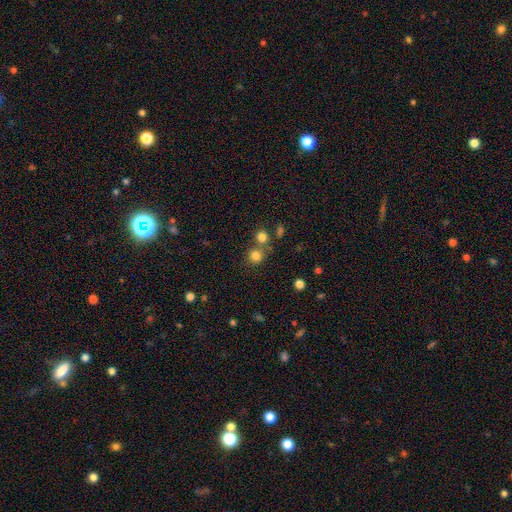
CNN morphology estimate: Smooth or featured?
  - smooth: 80% *
  - star or artifact: 14%
  - featured or disk: 6%
How rounded?
  - round: 87% *
  - in between: 12%
  - cigar-shaped: 1%
Merging?
  - none: 63% *
  - merger: 25%
  - minor disturbance: 8%
  - major disturbance: 4%